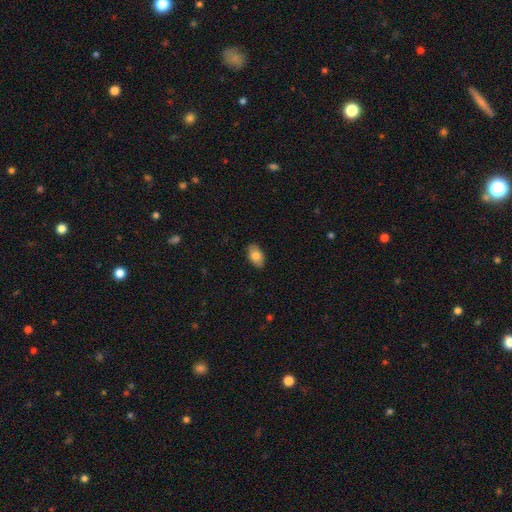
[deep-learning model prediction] Overall: smooth (83%). How rounded: in between (93%). Merging: none (87%).